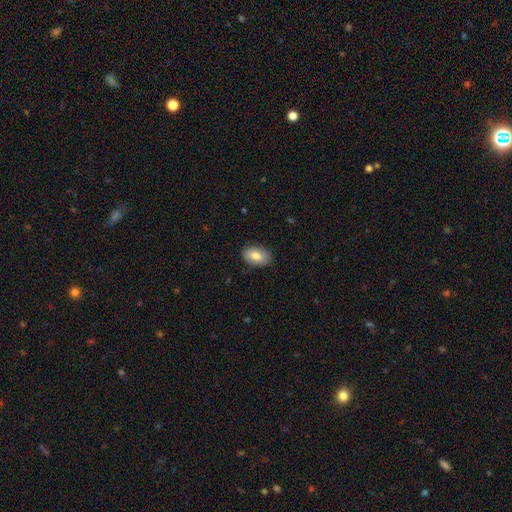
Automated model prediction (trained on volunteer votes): The model was most divided on "smooth or featured": smooth: 81%, featured or disk: 12%, star or artifact: 7%. More confident: how rounded — in between (91%); merging — none (86%).